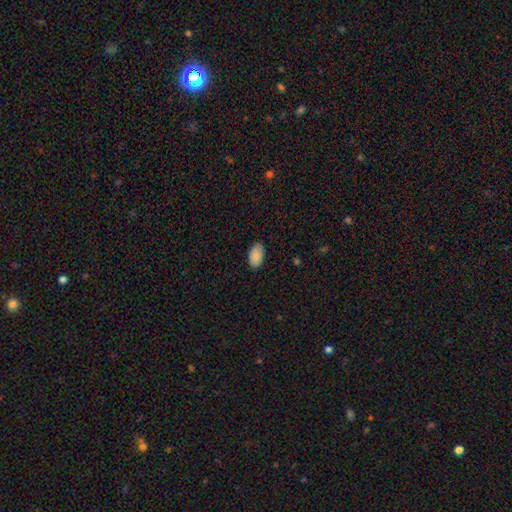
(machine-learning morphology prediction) smooth 88%, star or artifact 7%, featured or disk 6%. Down the decision tree: how rounded — in between (94%); merging — none (85%).